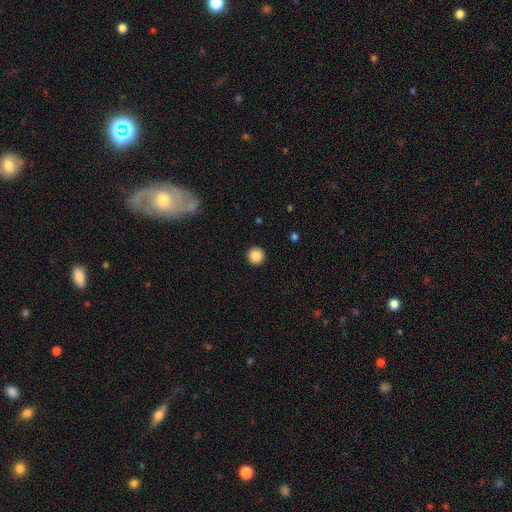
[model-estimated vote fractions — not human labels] Smooth or featured? Predicted: smooth (p=0.87). How rounded? Predicted: round (p=0.96). Merging? Predicted: none (p=0.93).